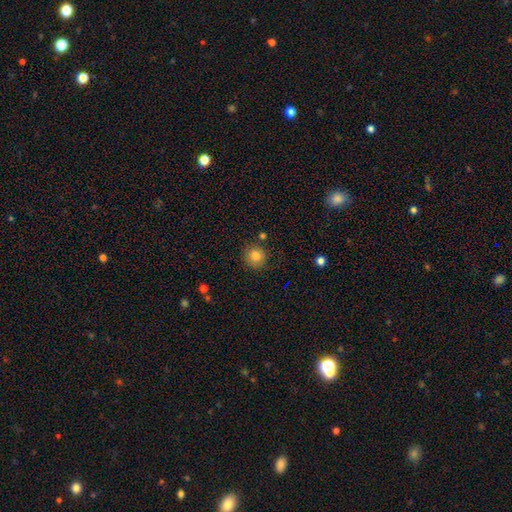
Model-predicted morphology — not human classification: smooth-or-featured: smooth: 81% | star or artifact: 10% | featured or disk: 8%
  how-rounded: round: 91% | in between: 8% | cigar-shaped: 1%
  merging: none: 84% | minor disturbance: 10% | merger: 4% | major disturbance: 3%